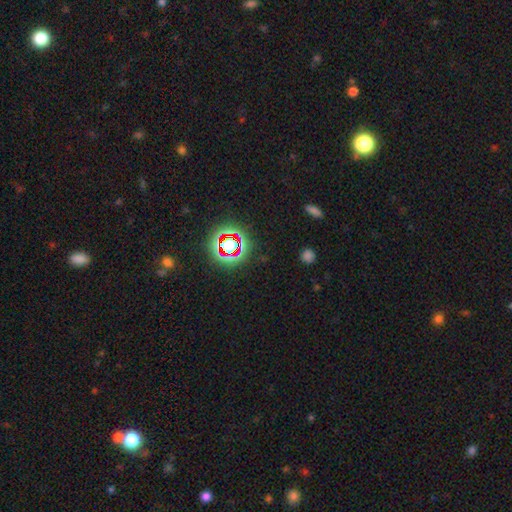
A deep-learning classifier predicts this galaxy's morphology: This appears to be a star or artifact, not a galaxy (75%).